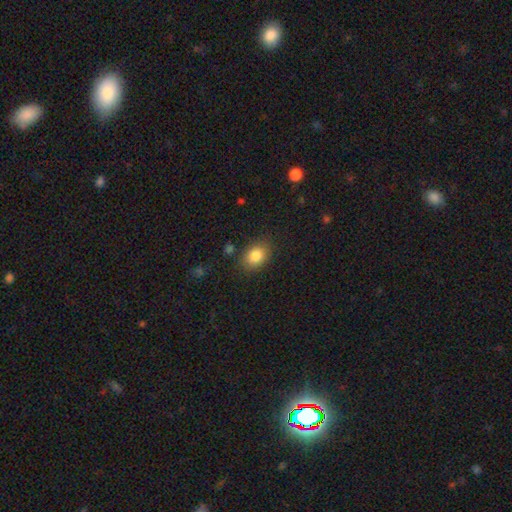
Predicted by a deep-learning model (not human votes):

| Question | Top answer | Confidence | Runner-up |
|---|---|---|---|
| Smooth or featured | smooth | 84% | star or artifact (9%) |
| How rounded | in between | 69% | round (30%) |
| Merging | none | 82% | minor disturbance (12%) |